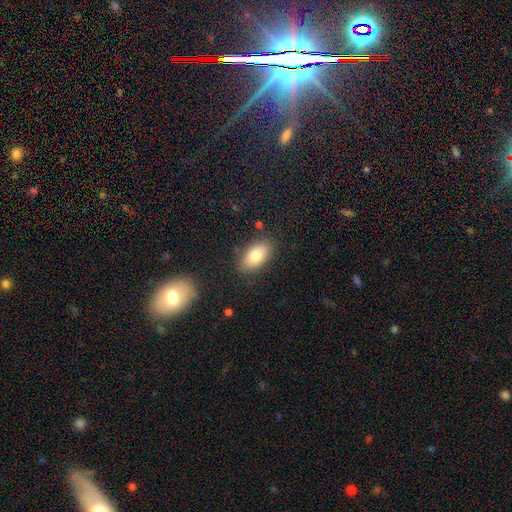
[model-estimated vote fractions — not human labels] Smooth or featured? smooth (78%)
How rounded? in between (91%)
Merging? none (84%)